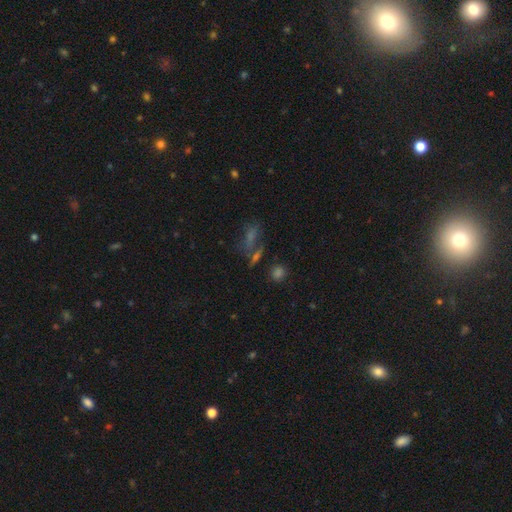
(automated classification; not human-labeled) smooth 38% (tied), star or artifact 38% (tied), featured or disk 25%. Down the decision tree: merging — none (54%).